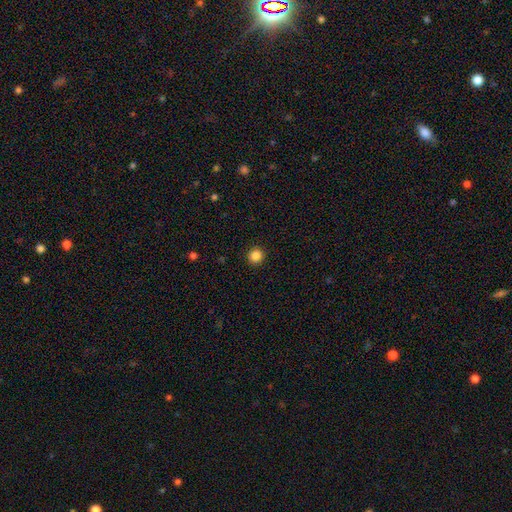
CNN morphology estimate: The model was most divided on "smooth or featured": smooth: 86%, star or artifact: 11%, featured or disk: 3%. More confident: merging — none (92%); how rounded — round (91%).